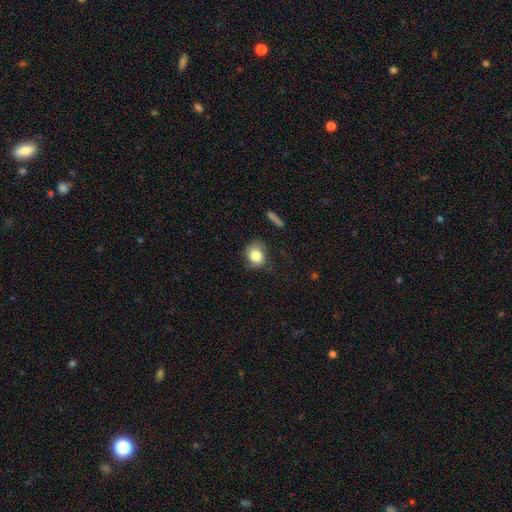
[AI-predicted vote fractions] This is likely a smooth galaxy (80%). How rounded: likely round (65%). Merging: likely none (68%).